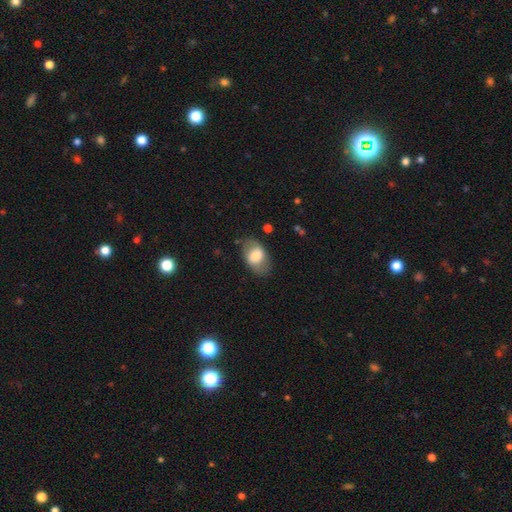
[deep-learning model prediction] This is likely a smooth galaxy (67%). How rounded: clearly in between (89%). Merging: likely none (74%).